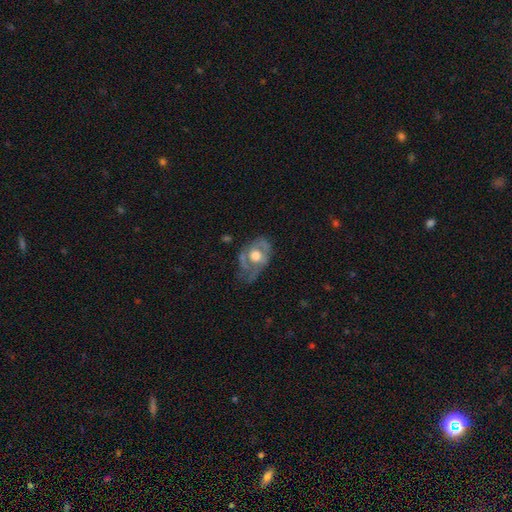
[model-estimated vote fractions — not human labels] Smooth or featured?
  - featured or disk: 64% *
  - smooth: 30%
  - star or artifact: 6%
Edge-on disk?
  - no: 94% *
  - yes: 6%
Bar?
  - no: 82% *
  - weak: 15%
  - strong: 3%
Spiral arms?
  - yes: 54% *
  - no: 46%
Bulge size?
  - moderate: 55% *
  - large: 37%
  - small: 5%
  - dominant: 2%
  - none: 1%
Merging?
  - none: 38% *
  - minor disturbance: 30%
  - major disturbance: 30%
  - merger: 2%